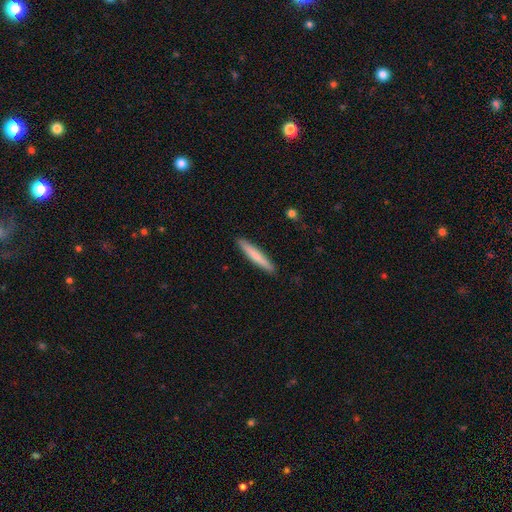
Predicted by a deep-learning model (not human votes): smooth_or_featured: smooth (p=0.73) [alt: featured or disk p=0.22]
how_rounded: cigar-shaped (p=0.95) [alt: in between p=0.04]
merging: none (p=0.91) [alt: minor disturbance p=0.06]